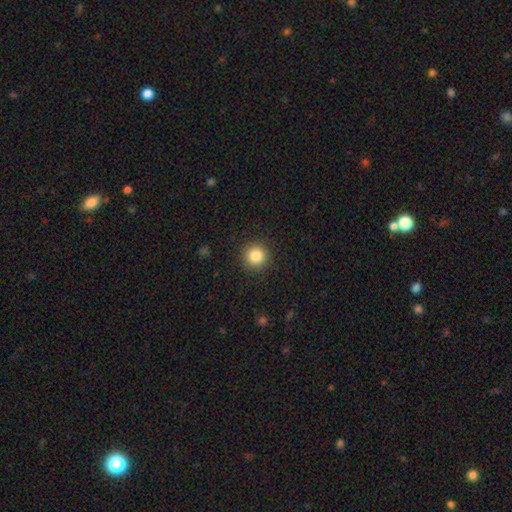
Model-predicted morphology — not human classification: A smooth galaxy with no disk features (84%) that is round (95%).

Vote fractions:
- Smooth or featured? smooth: 84% / star or artifact: 11% / featured or disk: 5%
- How rounded? round: 95% / in between: 4% / cigar-shaped: 1%
- Merging? none: 91% / minor disturbance: 6% / major disturbance: 2% / merger: 1%